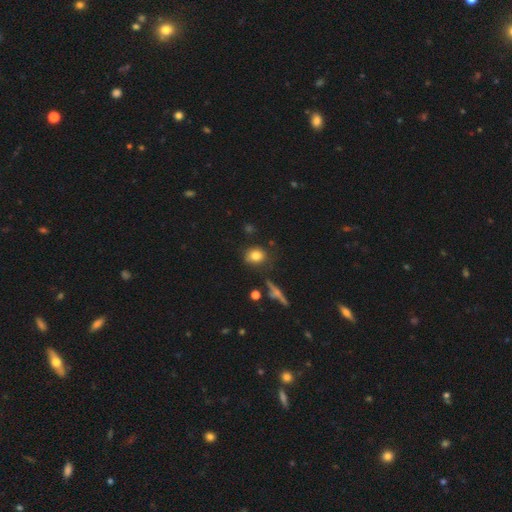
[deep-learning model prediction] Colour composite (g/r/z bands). It shows a smooth galaxy with no disk features (80%) that is round (55%). Merging: none (78%).